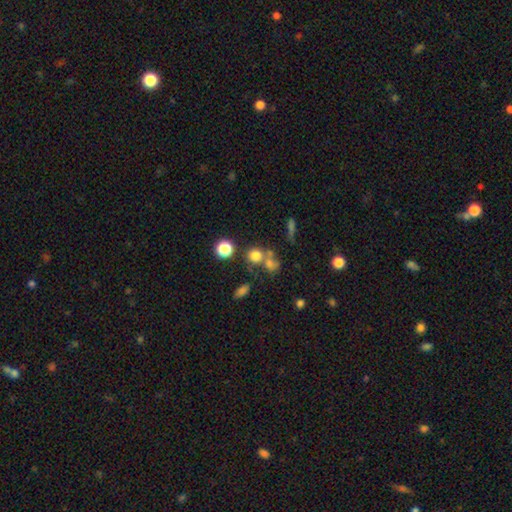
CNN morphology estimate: This is likely a smooth galaxy (71%). How rounded: clearly round (82%). Merging: possibly none (51%).